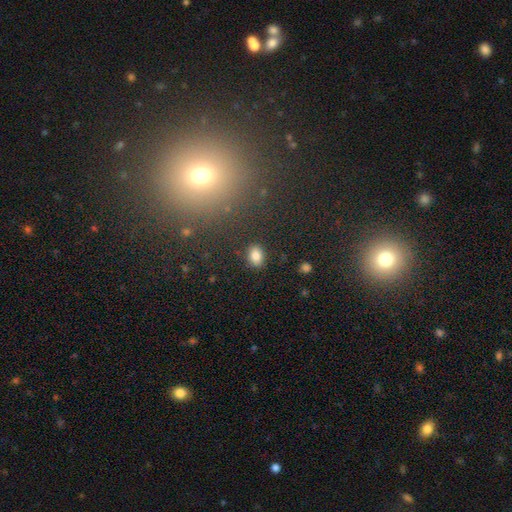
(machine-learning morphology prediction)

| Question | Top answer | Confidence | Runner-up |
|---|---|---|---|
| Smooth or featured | smooth | 83% | star or artifact (10%) |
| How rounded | in between | 71% | round (28%) |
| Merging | none | 85% | minor disturbance (10%) |